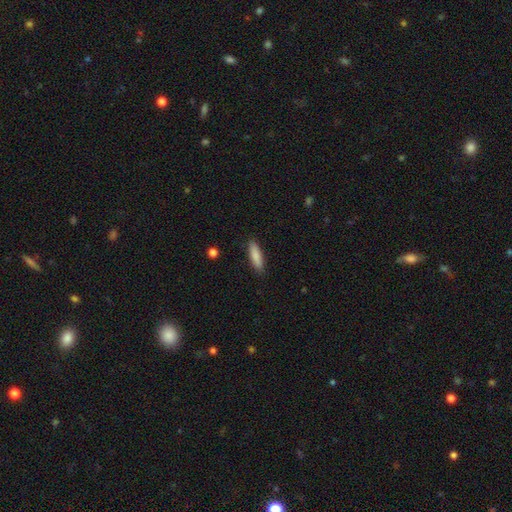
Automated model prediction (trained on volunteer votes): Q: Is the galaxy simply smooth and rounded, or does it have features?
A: smooth — 86%.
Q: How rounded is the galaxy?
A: cigar-shaped — 67%.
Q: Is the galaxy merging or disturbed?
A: none — 88%.